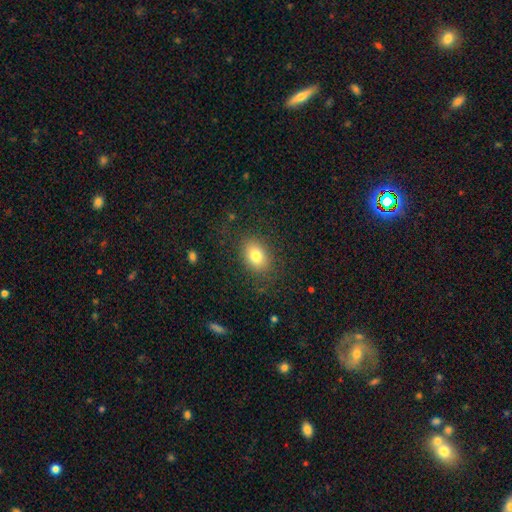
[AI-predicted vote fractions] A smooth galaxy with no disk features (79%) that is in between round and cigar-shaped (76%). Merging: none (82%).